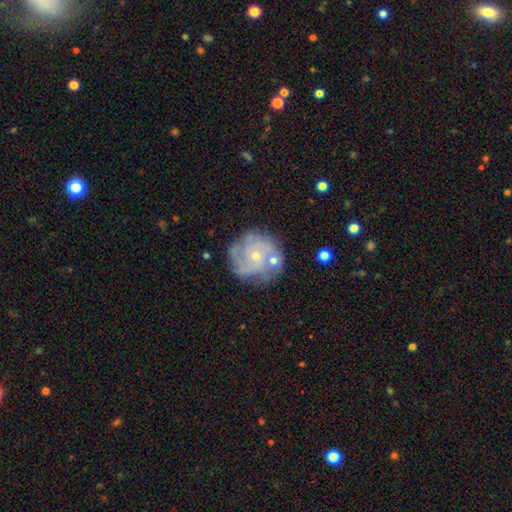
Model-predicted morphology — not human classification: smooth_or_featured: featured or disk (p=0.72) [alt: smooth p=0.20]
disk_edge_on: no (p=0.98) [alt: yes p=0.02]
bar: no (p=0.79) [alt: weak p=0.18]
has_spiral_arms: yes (p=0.84) [alt: no p=0.16]
spiral_winding: tight (p=0.54) [alt: medium p=0.34]
spiral_arm_count: can't tell (p=0.33) [alt: 3 p=0.25]
bulge_size: small (p=0.71) [alt: moderate p=0.26]
merging: none (p=0.69) [alt: minor disturbance p=0.17]